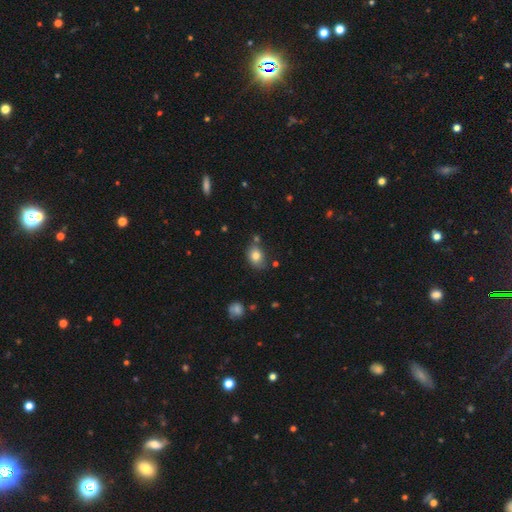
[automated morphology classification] The model was most divided on "how rounded": in between: 58%, round: 41%, cigar-shaped: 1%. More confident: smooth or featured — smooth (80%); merging — none (69%).